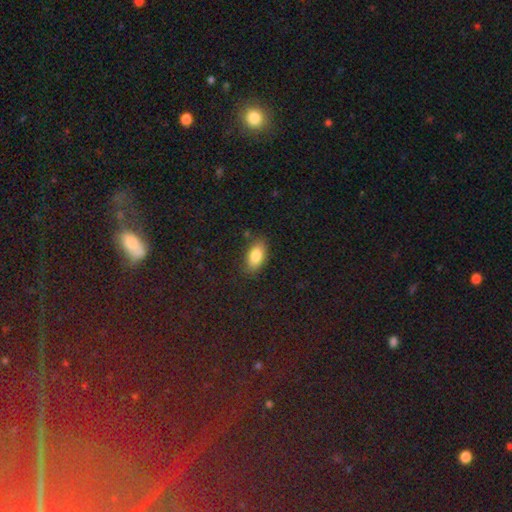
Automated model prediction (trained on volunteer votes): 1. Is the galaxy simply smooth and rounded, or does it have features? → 84% smooth, 8% featured or disk, 8% star or artifact.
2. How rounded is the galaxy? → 91% in between, 5% cigar-shaped, 4% round.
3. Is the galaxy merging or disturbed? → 82% none, 13% minor disturbance, 3% major disturbance, 2% merger.